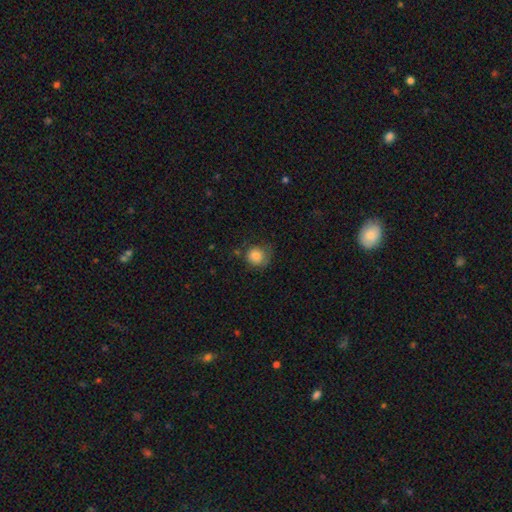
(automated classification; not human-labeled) Morphology: type=smooth (84%); roundness=round (87%); merging=none (57%).